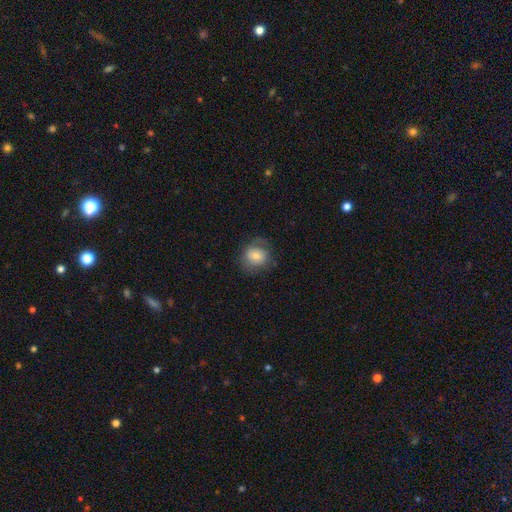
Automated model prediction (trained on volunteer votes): The model was most divided on "smooth or featured": smooth: 66%, featured or disk: 25%, star or artifact: 8%. More confident: how rounded — round (77%); merging — none (68%).